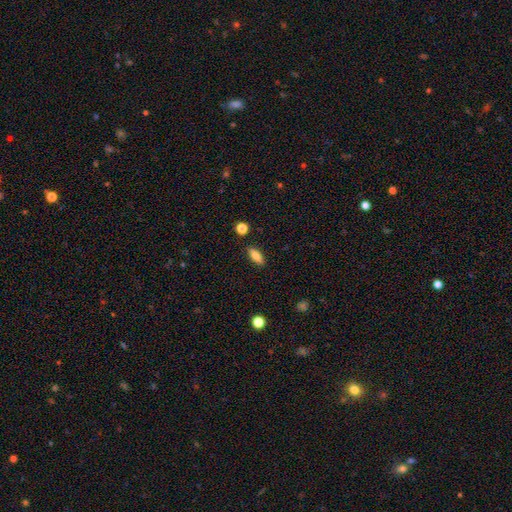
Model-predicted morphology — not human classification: Q: Smooth or featured?
A: smooth (76%); runner-up: featured or disk (16%)
Q: How rounded?
A: in between (64%); runner-up: cigar-shaped (33%)
Q: Merging?
A: none (87%); runner-up: minor disturbance (8%)